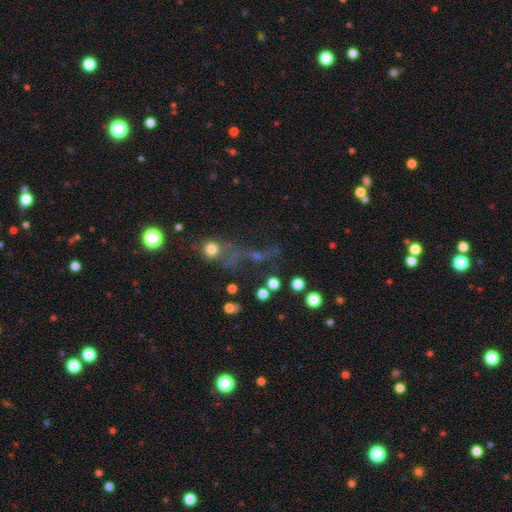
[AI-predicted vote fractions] Smooth or featured: star or artifact — 45% (smooth — 37%)